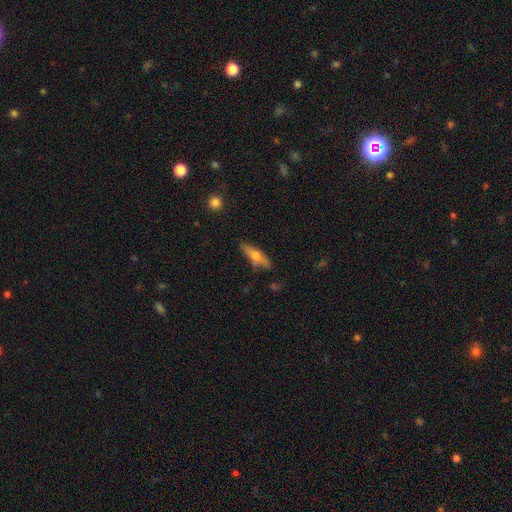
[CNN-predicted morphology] Smooth or featured? smooth (51%)
How rounded? cigar-shaped (64%)
Merging? none (69%)